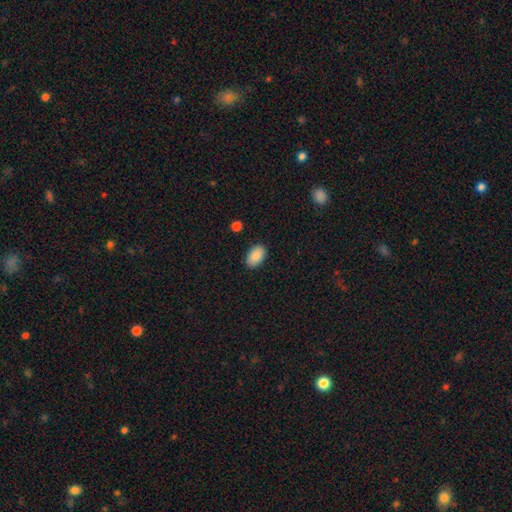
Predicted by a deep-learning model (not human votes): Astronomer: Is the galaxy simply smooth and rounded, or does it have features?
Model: smooth — 88%.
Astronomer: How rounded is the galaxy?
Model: in between — 94%.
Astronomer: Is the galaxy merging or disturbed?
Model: none — 88%.